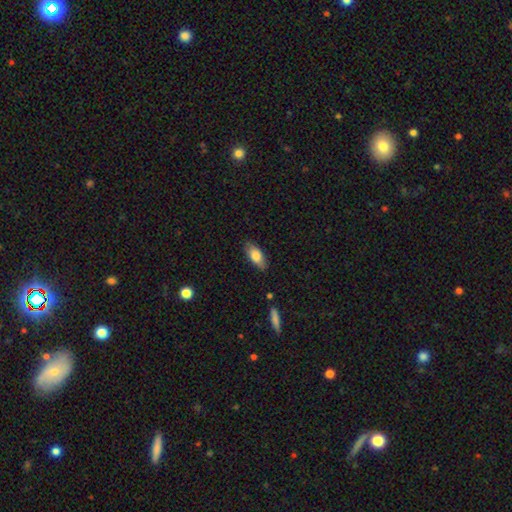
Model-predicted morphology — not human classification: type=smooth (78%); roundness=in between (85%); merging=none (84%).